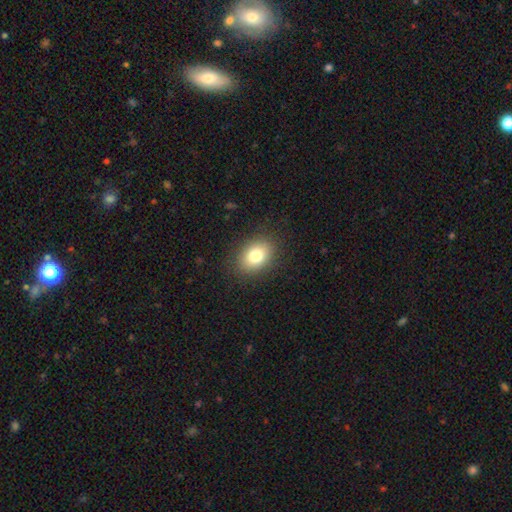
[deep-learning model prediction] Smooth or featured? Predicted: smooth (p=0.79). How rounded? Predicted: in between (p=0.72). Merging? Predicted: none (p=0.87).